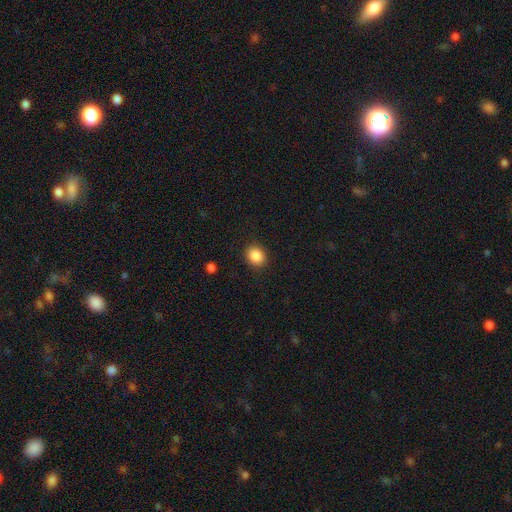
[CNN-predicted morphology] type=smooth (88%); roundness=round (66%); merging=none (90%).